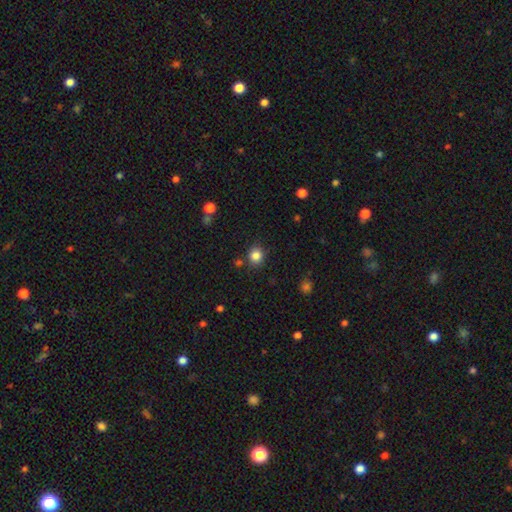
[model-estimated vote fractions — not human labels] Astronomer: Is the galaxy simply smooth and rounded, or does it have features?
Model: smooth — 84%.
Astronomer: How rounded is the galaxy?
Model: round — 84%.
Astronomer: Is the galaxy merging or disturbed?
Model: none — 84%.